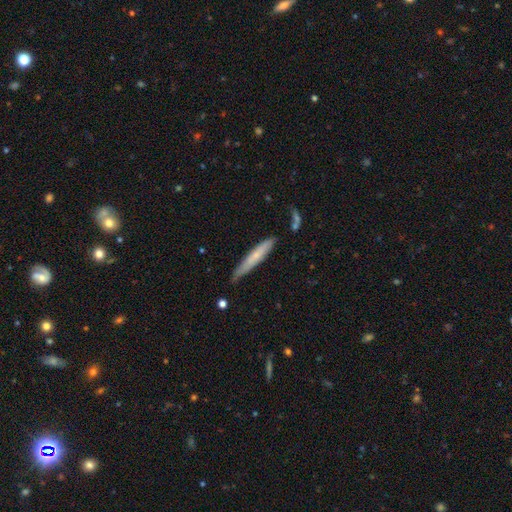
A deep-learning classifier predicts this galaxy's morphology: type=smooth (58%); roundness=cigar-shaped (93%); merging=none (75%).